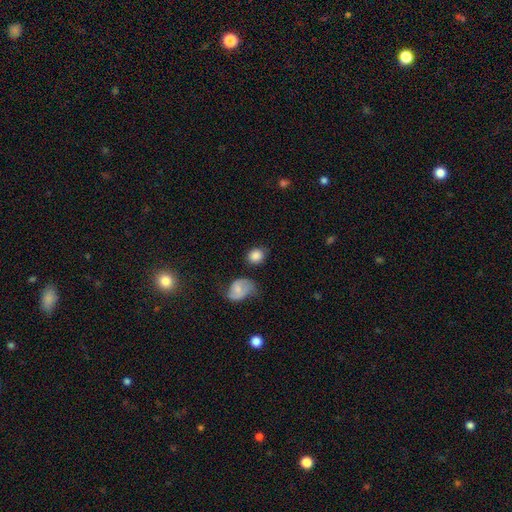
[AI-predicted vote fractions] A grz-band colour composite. It shows a smooth galaxy with no disk features (85%) that is round (67%). Merging: none (68%).